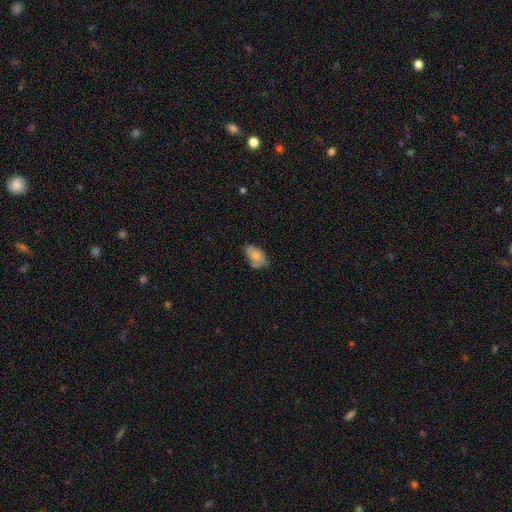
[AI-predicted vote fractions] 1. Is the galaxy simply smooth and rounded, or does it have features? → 78% smooth, 15% featured or disk, 7% star or artifact.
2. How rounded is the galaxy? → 93% in between, 4% round, 3% cigar-shaped.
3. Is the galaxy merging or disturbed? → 61% none, 27% minor disturbance, 7% merger, 6% major disturbance.